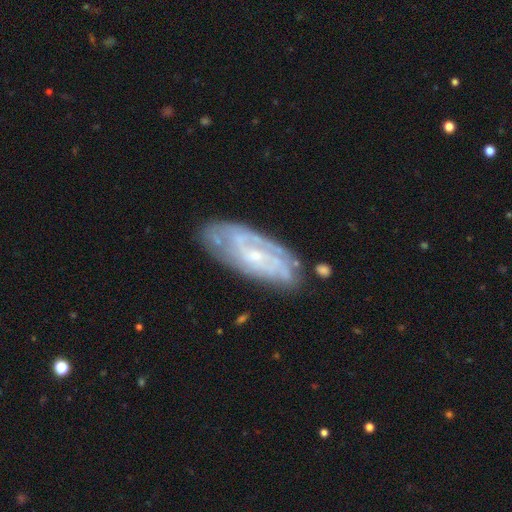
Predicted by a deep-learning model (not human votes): Smooth or featured? featured or disk (81%)
Edge-on disk? no (91%)
Bar? no (59%)
Spiral arms? yes (91%)
Spiral winding? tight (59%)
Spiral arm count? can't tell (41%)
Bulge size? small (76%)
Merging? none (70%)